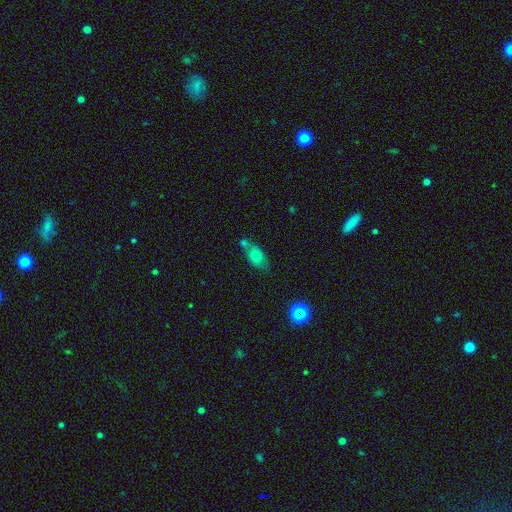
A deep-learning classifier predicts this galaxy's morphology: Smooth or featured? Predicted: smooth (p=0.71). How rounded? Predicted: in between (p=0.76). Merging? Predicted: none (p=0.51).